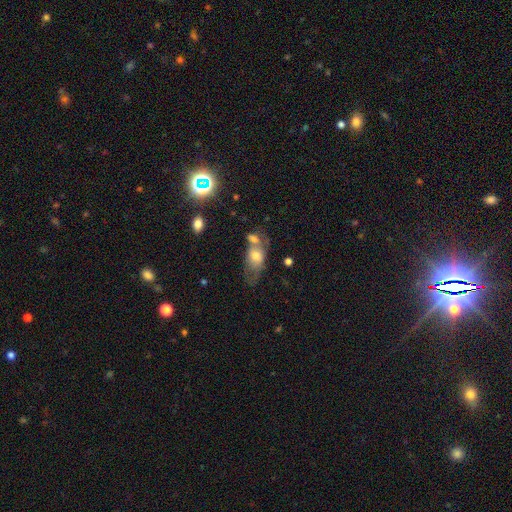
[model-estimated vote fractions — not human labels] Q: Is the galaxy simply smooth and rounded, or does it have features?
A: smooth — 58%.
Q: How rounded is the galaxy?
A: in between — 81%.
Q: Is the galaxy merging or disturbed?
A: merger — 39%.